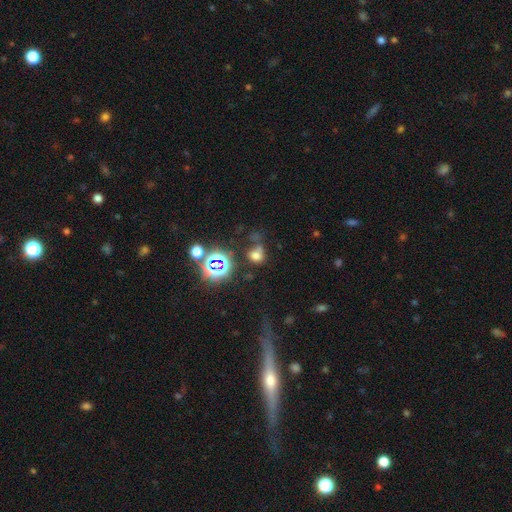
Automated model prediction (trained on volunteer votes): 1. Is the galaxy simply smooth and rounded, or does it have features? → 58% smooth, 30% star or artifact, 12% featured or disk.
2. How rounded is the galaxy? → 56% round, 42% in between, 1% cigar-shaped.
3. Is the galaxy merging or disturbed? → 49% none, 20% minor disturbance, 16% merger, 16% major disturbance.